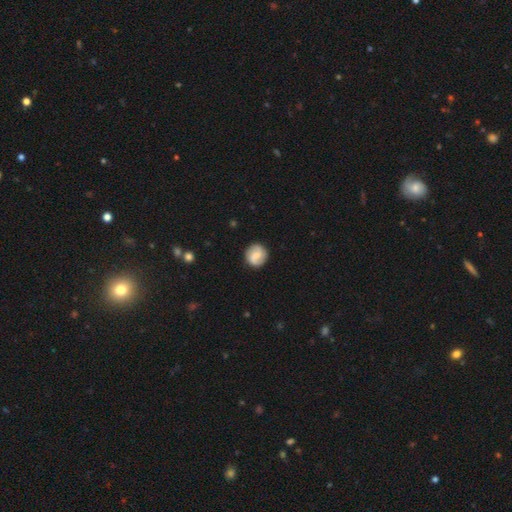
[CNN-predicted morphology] This appears to be a smooth galaxy with no disk features (51%) that is round (89%). Merging: none (86%).